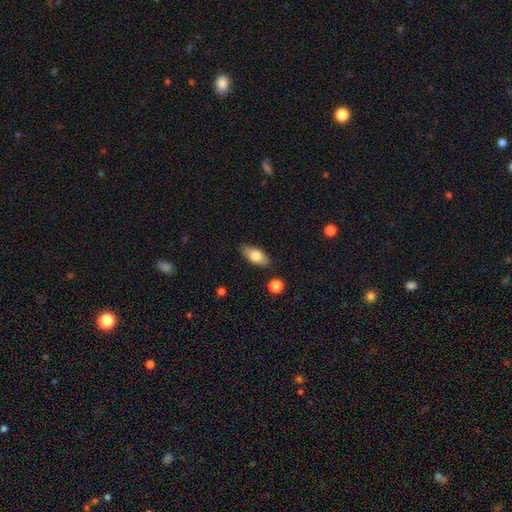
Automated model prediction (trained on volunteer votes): This is likely a smooth galaxy (75%). How rounded: clearly in between (87%). Merging: clearly none (86%).